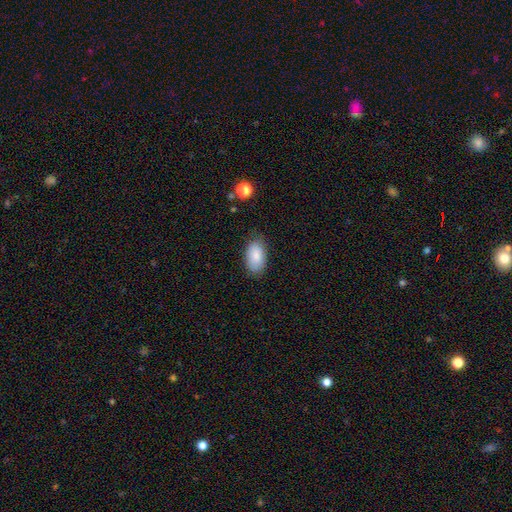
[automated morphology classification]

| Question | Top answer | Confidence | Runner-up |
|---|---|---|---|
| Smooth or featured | smooth | 86% | featured or disk (8%) |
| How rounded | in between | 94% | round (4%) |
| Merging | none | 80% | minor disturbance (16%) |